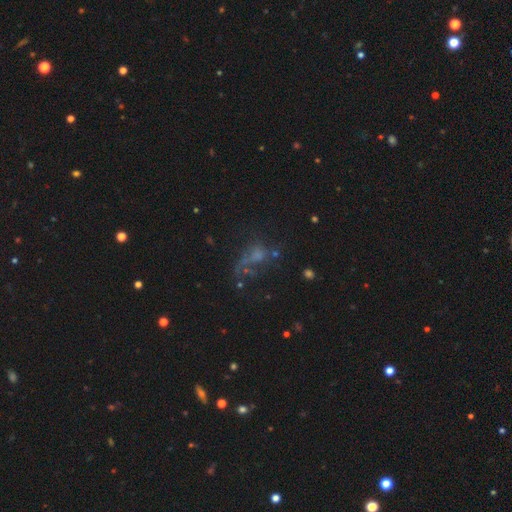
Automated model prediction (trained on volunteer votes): Morphology: type=featured or disk (38%); merging=major disturbance (42%).